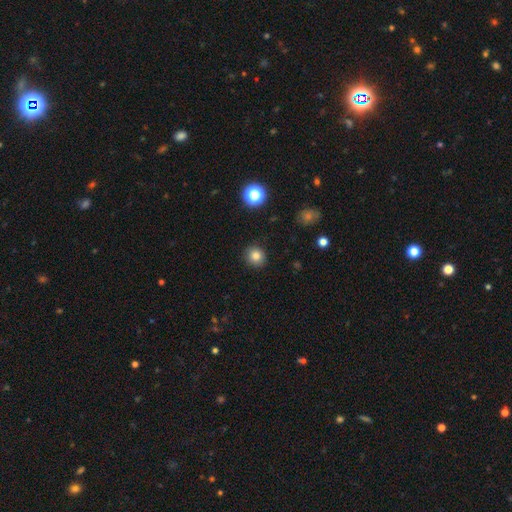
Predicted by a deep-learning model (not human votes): Smooth or featured?
  - smooth: 83% *
  - star or artifact: 12%
  - featured or disk: 5%
How rounded?
  - round: 88% *
  - in between: 11%
  - cigar-shaped: 1%
Merging?
  - none: 90% *
  - minor disturbance: 7%
  - major disturbance: 2%
  - merger: 1%